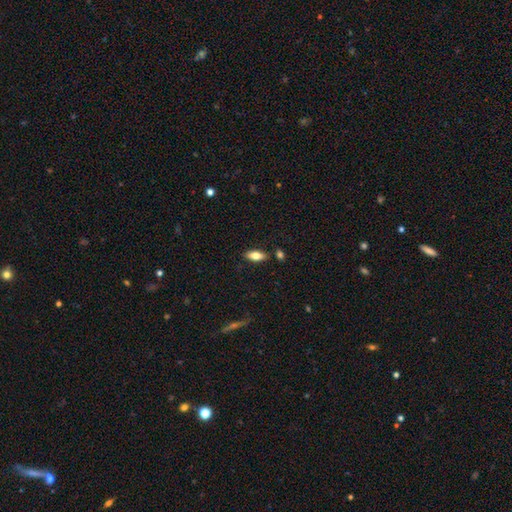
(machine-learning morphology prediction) This is likely a smooth galaxy (71%). How rounded: likely in between (80%). Merging: clearly none (83%).